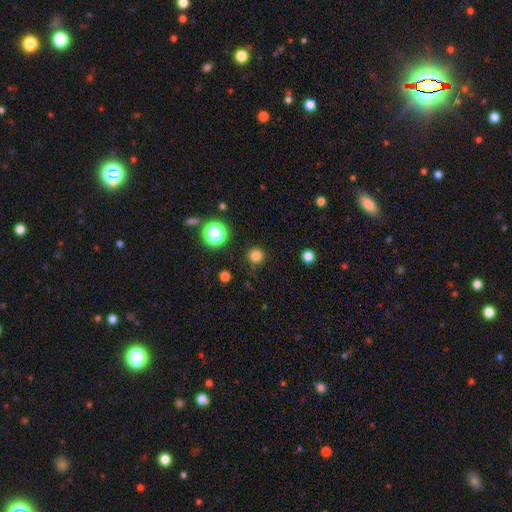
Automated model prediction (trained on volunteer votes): Overall: smooth (80%). How rounded: round (95%). Merging: none (88%).